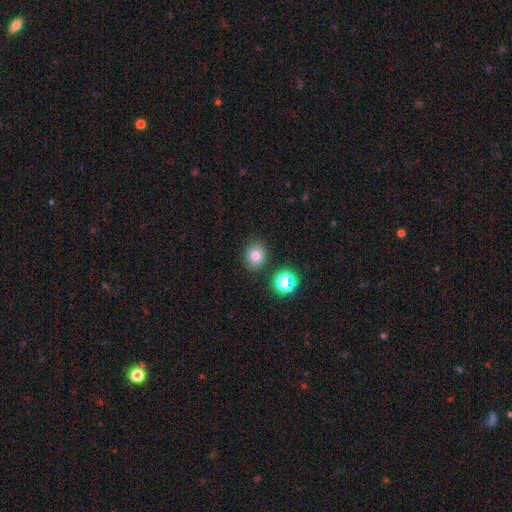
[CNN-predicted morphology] Smooth or featured? smooth (77%)
How rounded? round (73%)
Merging? none (84%)